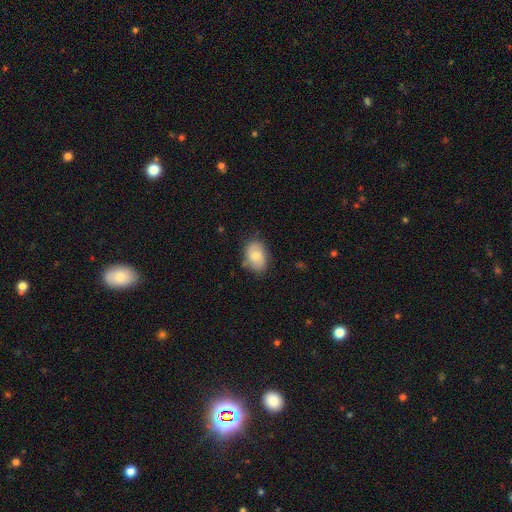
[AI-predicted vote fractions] smooth-or-featured: smooth: 68% | featured or disk: 25% | star or artifact: 7%
  how-rounded: in between: 81% | round: 18% | cigar-shaped: 1%
  merging: none: 68% | minor disturbance: 24% | major disturbance: 6% | merger: 2%